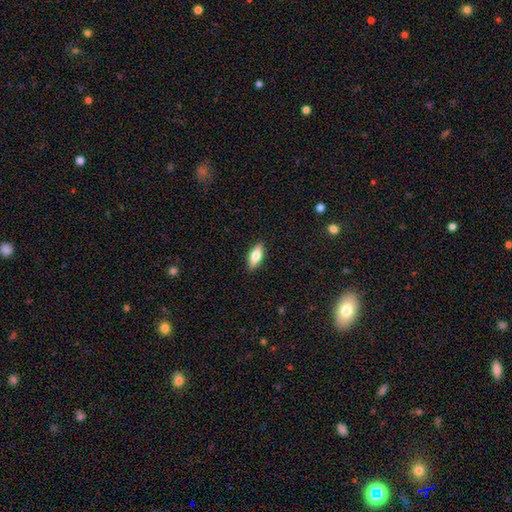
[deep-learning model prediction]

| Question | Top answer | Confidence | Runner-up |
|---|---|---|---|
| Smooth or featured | smooth | 65% | featured or disk (28%) |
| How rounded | in between | 72% | cigar-shaped (25%) |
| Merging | none | 89% | minor disturbance (8%) |